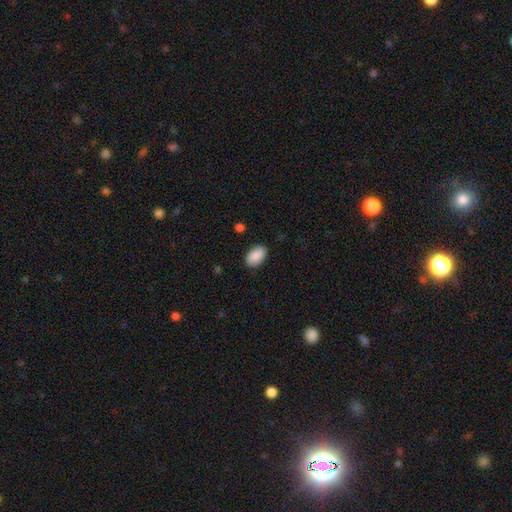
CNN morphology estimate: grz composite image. It shows a smooth galaxy with no disk features (90%) that is in between round and cigar-shaped (92%). Merging: none (86%).